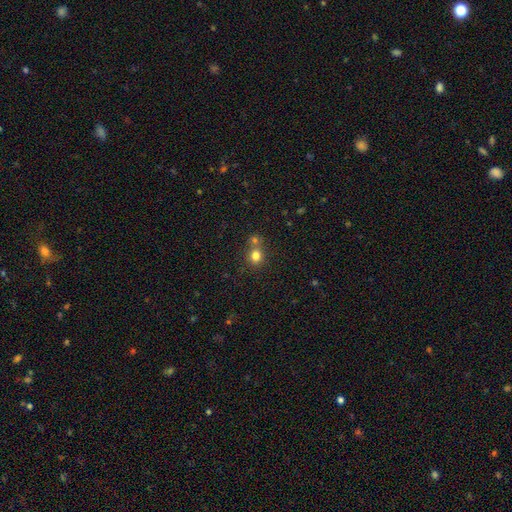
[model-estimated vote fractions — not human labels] This appears to be a smooth galaxy with no disk features (78%) that is round (80%). Merging: none (58%).